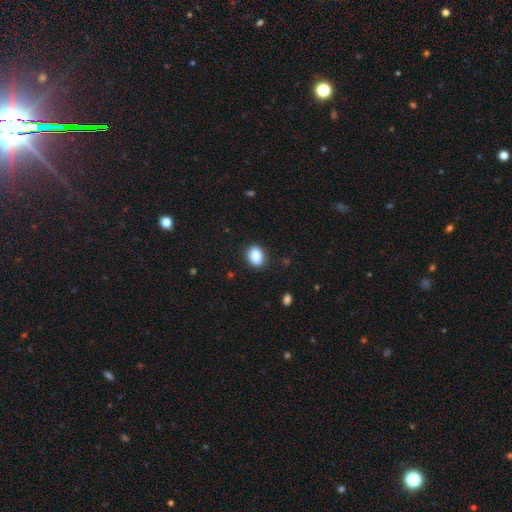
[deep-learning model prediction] Smooth or featured?
  - smooth: 85% *
  - star or artifact: 9%
  - featured or disk: 6%
How rounded?
  - in between: 55% *
  - round: 44%
  - cigar-shaped: 1%
Merging?
  - none: 89% *
  - minor disturbance: 8%
  - major disturbance: 2%
  - merger: 1%